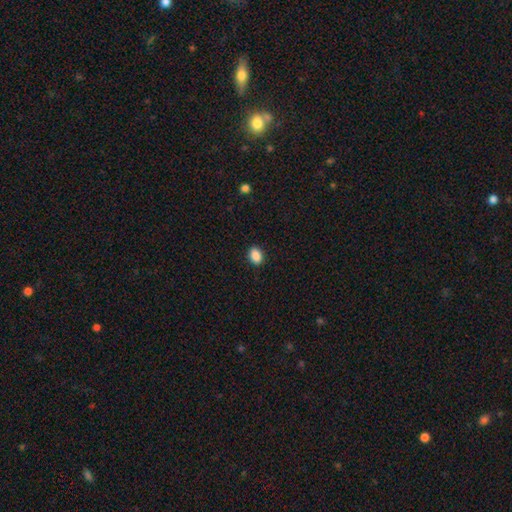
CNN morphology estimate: A smooth galaxy with no disk features (89%) that is in between round and cigar-shaped (76%).

Vote fractions:
- Smooth or featured? smooth: 89% / star or artifact: 8% / featured or disk: 3%
- How rounded? in between: 76% / round: 22% / cigar-shaped: 1%
- Merging? none: 90% / minor disturbance: 7% / major disturbance: 2% / merger: 1%